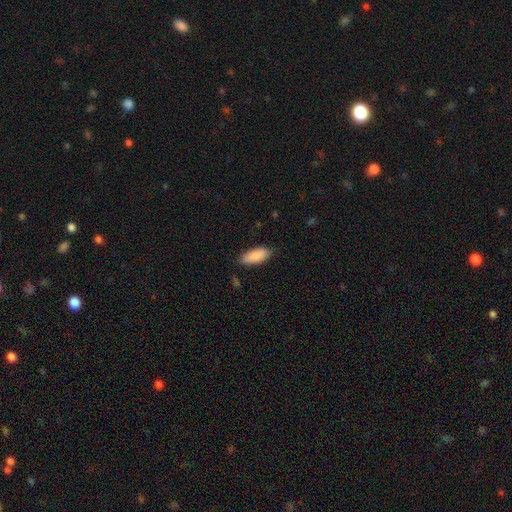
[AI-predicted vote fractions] A smooth galaxy with no disk features (87%) that is in between round and cigar-shaped (83%). Merging: none (78%).